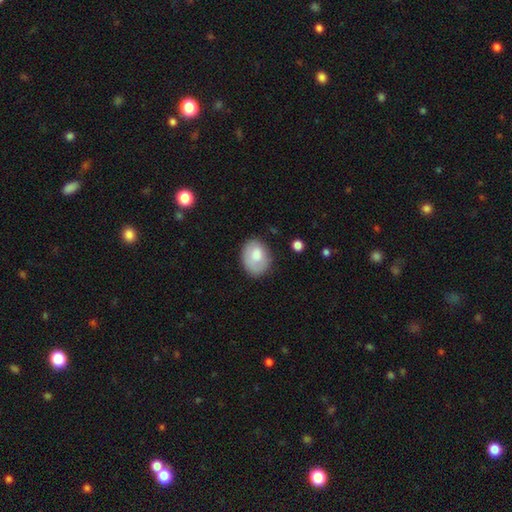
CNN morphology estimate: A smooth galaxy with no disk features (76%) that is in between round and cigar-shaped (62%).

Vote fractions:
- Smooth or featured? smooth: 76% / featured or disk: 17% / star or artifact: 7%
- How rounded? in between: 62% / round: 37% / cigar-shaped: 1%
- Merging? none: 68% / minor disturbance: 23% / major disturbance: 7% / merger: 2%